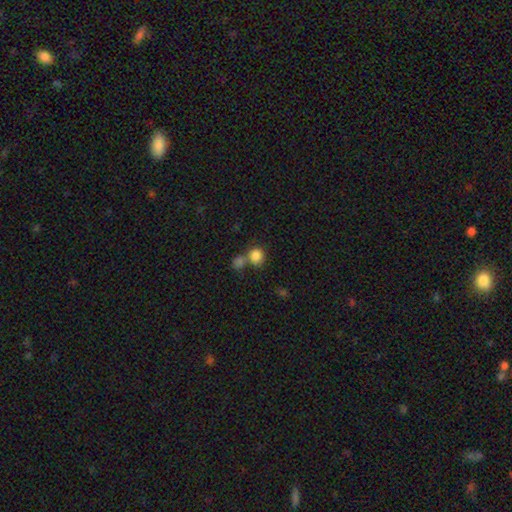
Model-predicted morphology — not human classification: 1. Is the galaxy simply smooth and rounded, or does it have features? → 84% smooth, 10% star or artifact, 6% featured or disk.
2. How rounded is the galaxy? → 82% round, 17% in between, 1% cigar-shaped.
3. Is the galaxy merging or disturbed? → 51% none, 36% merger, 9% minor disturbance, 4% major disturbance.